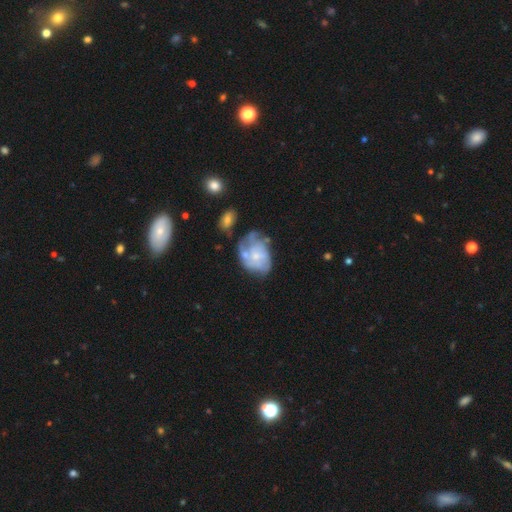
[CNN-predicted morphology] Smooth or featured?
  - featured or disk: 60% *
  - smooth: 32%
  - star or artifact: 8%
Edge-on disk?
  - no: 98% *
  - yes: 2%
Bar?
  - no: 76% *
  - weak: 21%
  - strong: 3%
Spiral arms?
  - yes: 55% *
  - no: 45%
Bulge size?
  - small: 56% *
  - moderate: 26%
  - none: 15%
  - large: 2%
  - dominant: 1%
Merging?
  - none: 34% *
  - minor disturbance: 27%
  - major disturbance: 24%
  - merger: 15%